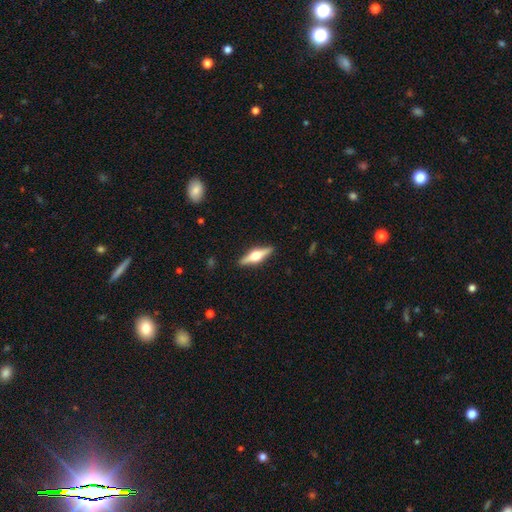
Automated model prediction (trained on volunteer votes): A featured or disk galaxy (72%) viewed edge-on (97%) with a rounded central bulge (95%).

Vote fractions:
- Smooth or featured? featured or disk: 72% / smooth: 23% / star or artifact: 5%
- Edge-on disk? yes: 97% / no: 3%
- Edge-on bulge? rounded: 95% / boxy: 3% / none: 1%
- Merging? none: 91% / minor disturbance: 7% / major disturbance: 1% / merger: 1%